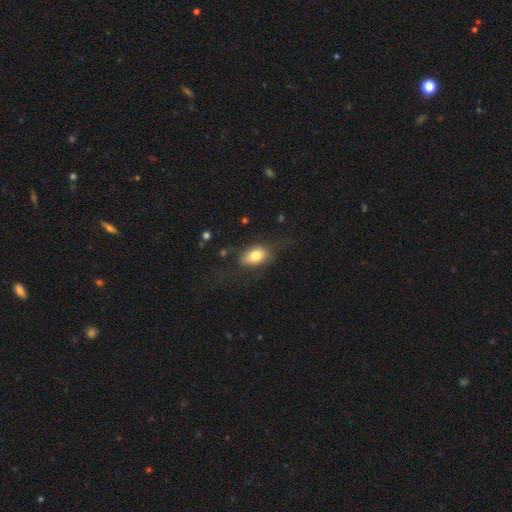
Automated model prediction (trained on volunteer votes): smooth 77%, featured or disk 15%, star or artifact 8%. Down the decision tree: how rounded — in between (86%); merging — none (64%).